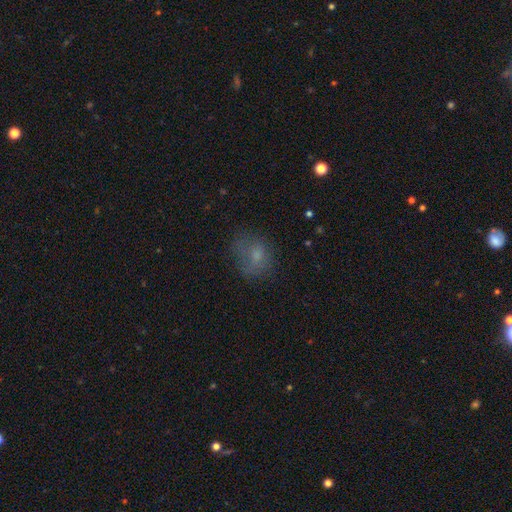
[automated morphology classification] A smooth galaxy with no disk features (66%) that is in between round and cigar-shaped (55%). Merging: none (52%).